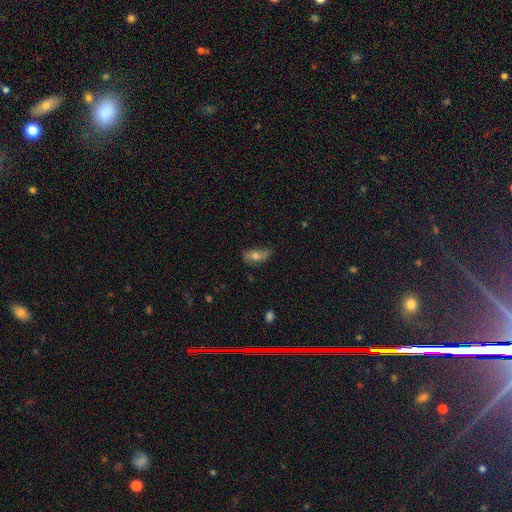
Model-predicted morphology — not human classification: smooth_or_featured: smooth (p=0.61) [alt: featured or disk p=0.30]
how_rounded: in between (p=0.81) [alt: cigar-shaped p=0.14]
merging: none (p=0.60) [alt: minor disturbance p=0.29]